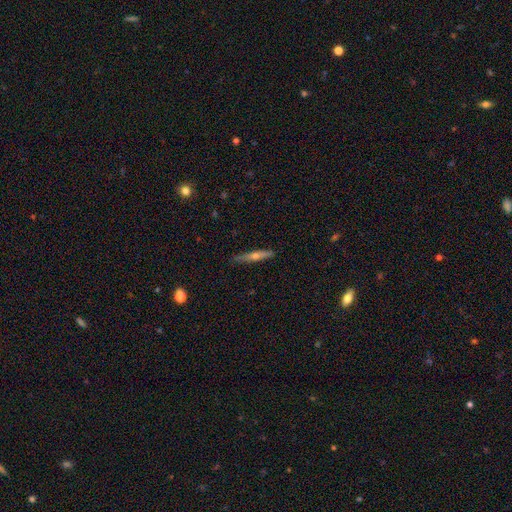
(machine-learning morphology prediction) featured or disk 61%, smooth 33%, star or artifact 7%. Down the decision tree: edge-on disk — yes (95%); edge-on bulge — rounded (86%); merging — none (88%).